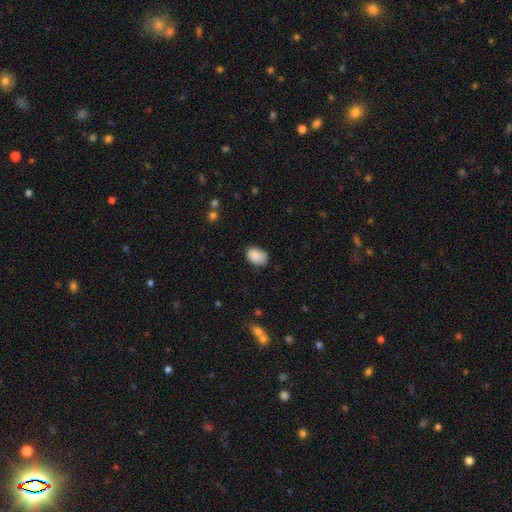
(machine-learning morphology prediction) The model was most divided on "merging": none: 72%, minor disturbance: 22%, major disturbance: 4%, merger: 1%. More confident: smooth or featured — smooth (89%); how rounded — in between (84%).